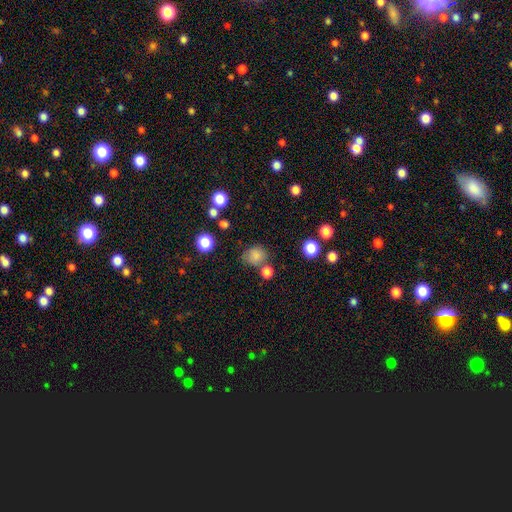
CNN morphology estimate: Smooth or featured? smooth (81%)
How rounded? round (74%)
Merging? none (67%)